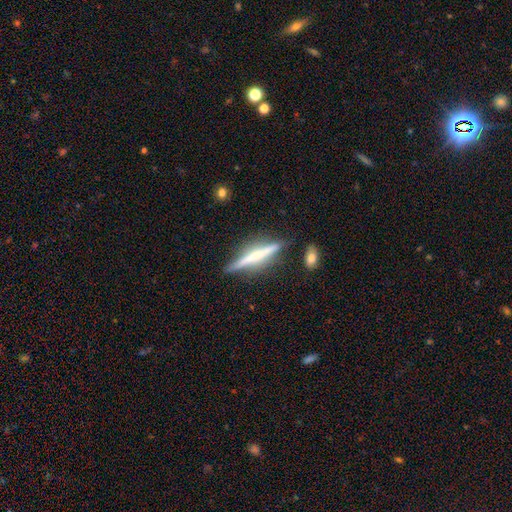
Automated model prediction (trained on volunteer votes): This is likely a featured or disk galaxy (67%). It is clearly viewed edge-on (97%). Edge-on bulge: possibly none (49%). Merging: clearly none (84%).